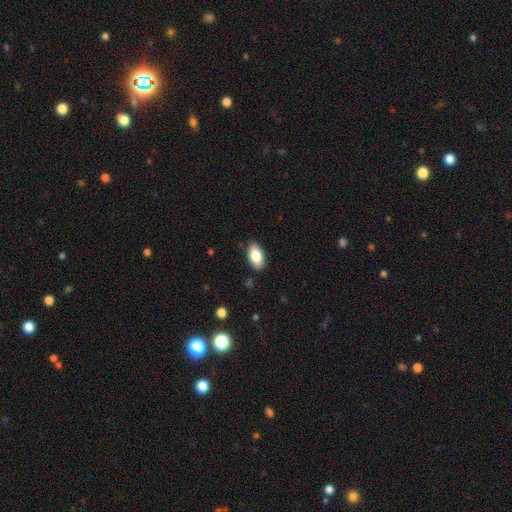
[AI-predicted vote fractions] Smooth or featured?
  - smooth: 84% *
  - featured or disk: 9%
  - star or artifact: 7%
How rounded?
  - in between: 93% *
  - round: 4%
  - cigar-shaped: 3%
Merging?
  - none: 85% *
  - minor disturbance: 11%
  - major disturbance: 2%
  - merger: 1%